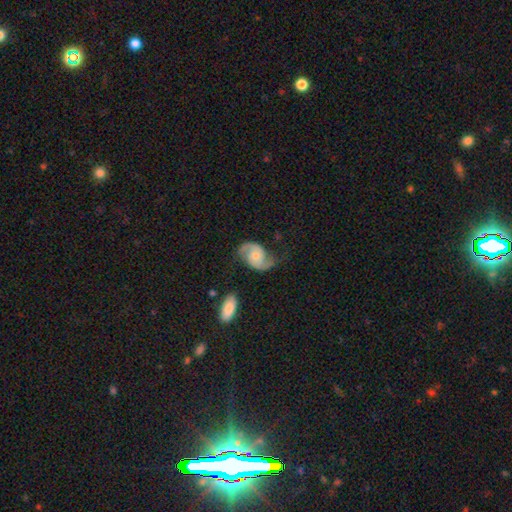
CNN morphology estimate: smooth-or-featured: featured or disk: 86% | smooth: 9% | star or artifact: 5%
  disk-edge-on: no: 98% | yes: 2%
    bar: no: 69% | weak: 26% | strong: 5%
    has-spiral-arms: yes: 97% | no: 3%
      spiral-winding: medium: 49% | loose: 32% | tight: 19%
      spiral-arm-count: 2: 92% | can't tell: 2% | 1: 2% | 3: 1% | 4: 1% | more than 4: 1%
    bulge-size: small: 48% | moderate: 43% | none: 4% | large: 4% | dominant: 1%
  merging: none: 68% | minor disturbance: 19% | major disturbance: 10% | merger: 3%